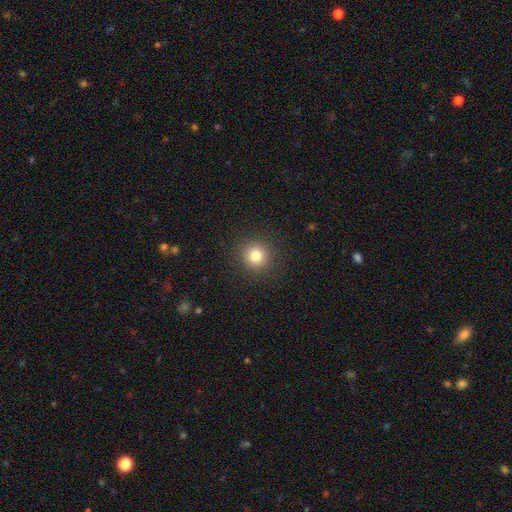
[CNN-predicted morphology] This is clearly a smooth galaxy (81%). How rounded: clearly round (93%). Merging: clearly none (91%).